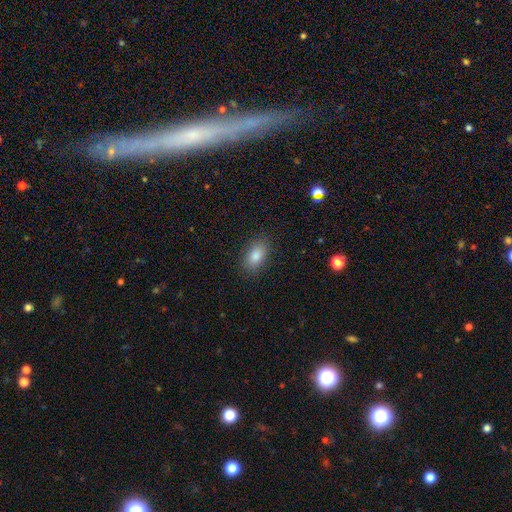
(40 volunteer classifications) Morphology: type=smooth (75%); roundness=in between (87%); merging=none (92%).